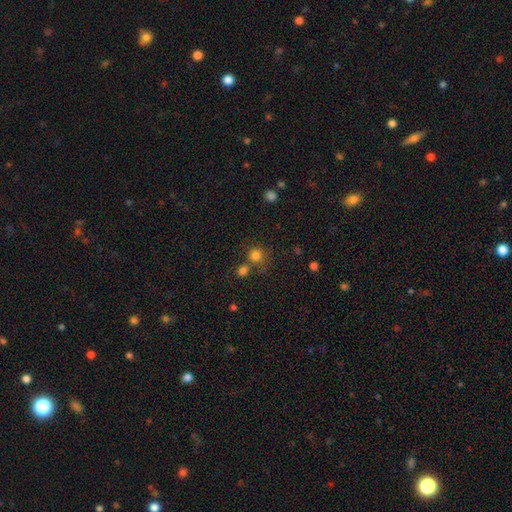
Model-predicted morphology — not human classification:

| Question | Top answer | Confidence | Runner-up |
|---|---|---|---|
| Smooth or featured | smooth | 79% | star or artifact (15%) |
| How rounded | round | 88% | in between (11%) |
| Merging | none | 59% | merger (26%) |